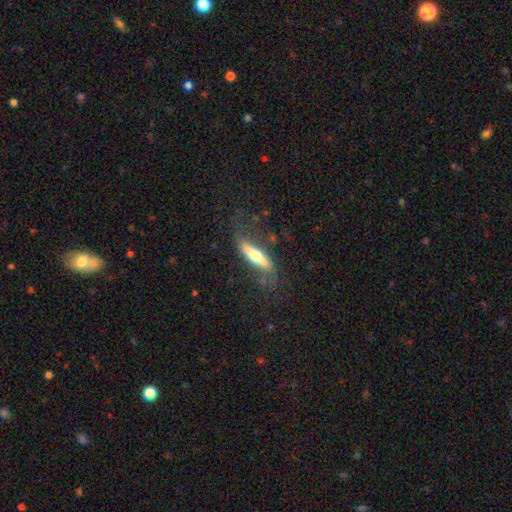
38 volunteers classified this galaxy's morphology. type=featured or disk (63%); edge-on=yes (71%); edge-on bulge=rounded (100%); merging=none (56%).